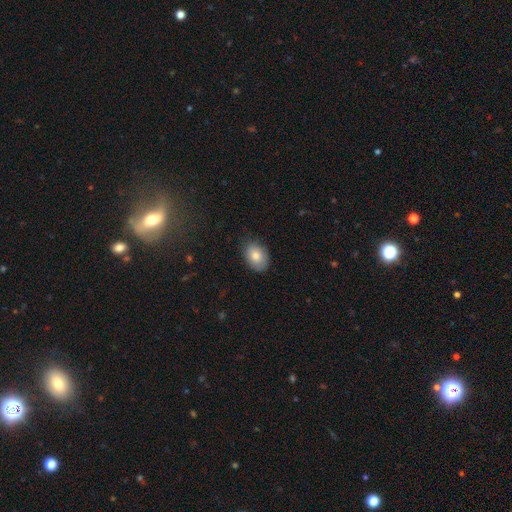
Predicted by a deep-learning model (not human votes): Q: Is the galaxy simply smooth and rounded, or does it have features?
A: smooth — 80%.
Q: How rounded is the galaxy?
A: in between — 80%.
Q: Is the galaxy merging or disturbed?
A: none — 78%.